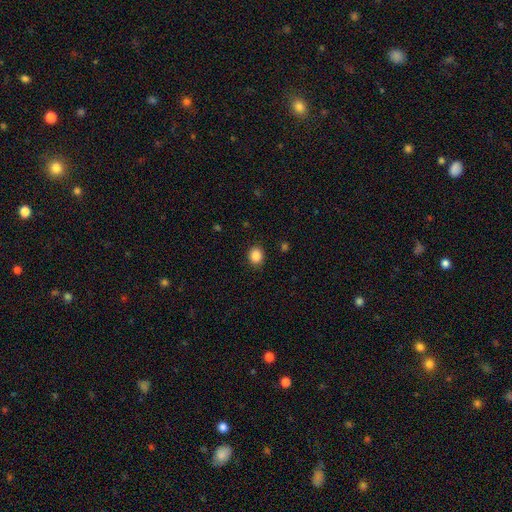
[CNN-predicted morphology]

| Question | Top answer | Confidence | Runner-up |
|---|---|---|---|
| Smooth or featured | smooth | 87% | star or artifact (10%) |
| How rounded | round | 67% | in between (32%) |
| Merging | none | 89% | minor disturbance (8%) |